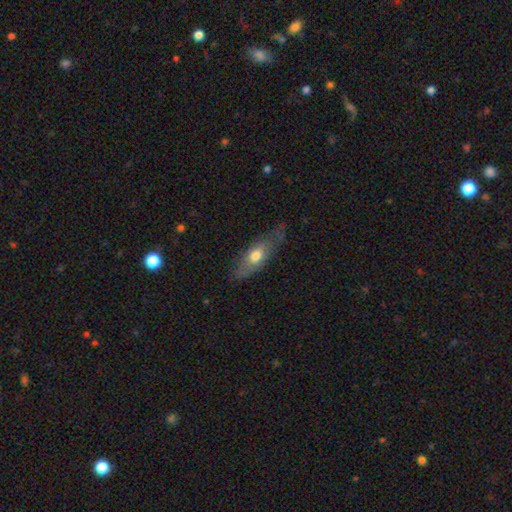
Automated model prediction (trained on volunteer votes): Q: Smooth or featured?
A: smooth (58%); runner-up: featured or disk (36%)
Q: How rounded?
A: in between (64%); runner-up: cigar-shaped (33%)
Q: Merging?
A: none (62%); runner-up: minor disturbance (27%)